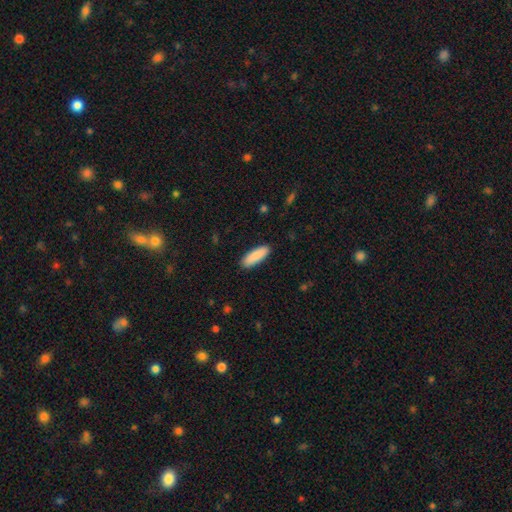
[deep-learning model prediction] Smooth or featured?
  - smooth: 89% *
  - star or artifact: 5%
  - featured or disk: 5%
How rounded?
  - in between: 53% *
  - cigar-shaped: 46%
  - round: 2%
Merging?
  - none: 90% *
  - minor disturbance: 7%
  - major disturbance: 2%
  - merger: 1%